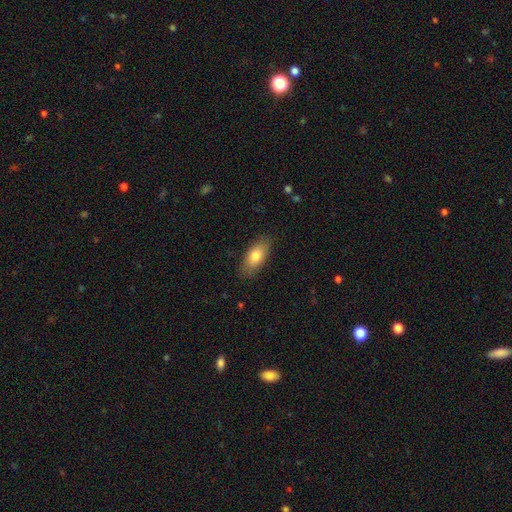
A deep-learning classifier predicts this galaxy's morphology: The model was most divided on "smooth or featured": smooth: 77%, featured or disk: 16%, star or artifact: 6%. More confident: how rounded — in between (87%); merging — none (85%).